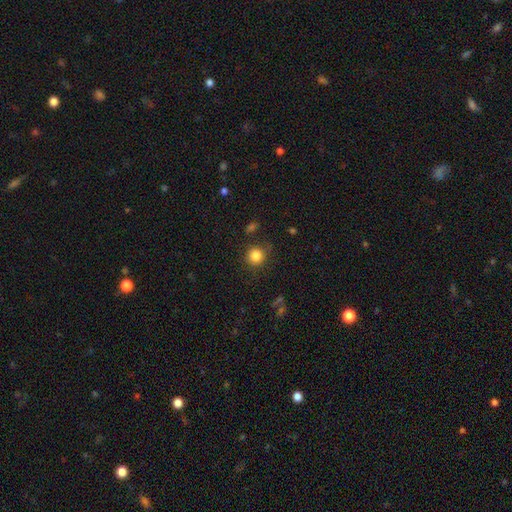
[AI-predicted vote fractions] Q: Smooth or featured?
A: smooth (84%); runner-up: star or artifact (12%)
Q: How rounded?
A: round (91%); runner-up: in between (8%)
Q: Merging?
A: none (85%); runner-up: minor disturbance (9%)